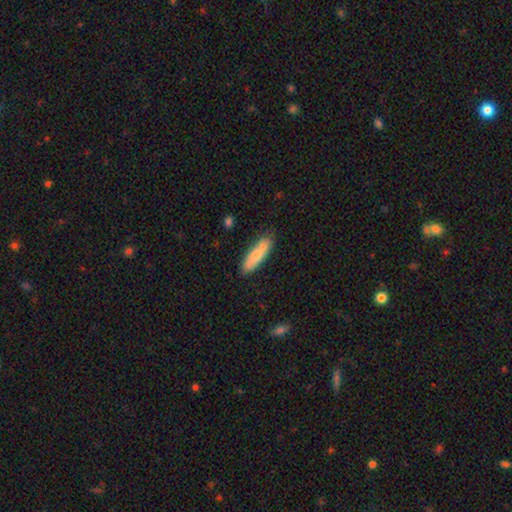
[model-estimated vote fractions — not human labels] Q: Smooth or featured?
A: smooth (76%); runner-up: featured or disk (18%)
Q: How rounded?
A: cigar-shaped (64%); runner-up: in between (34%)
Q: Merging?
A: none (68%); runner-up: minor disturbance (16%)